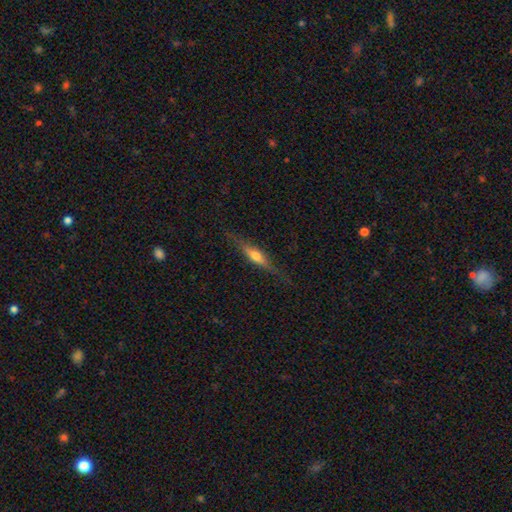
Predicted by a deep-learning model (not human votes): Q: Smooth or featured?
A: featured or disk (59%); runner-up: smooth (34%)
Q: Edge-on disk?
A: yes (94%); runner-up: no (6%)
Q: Edge-on bulge?
A: rounded (82%); runner-up: boxy (10%)
Q: Merging?
A: none (81%); runner-up: minor disturbance (14%)